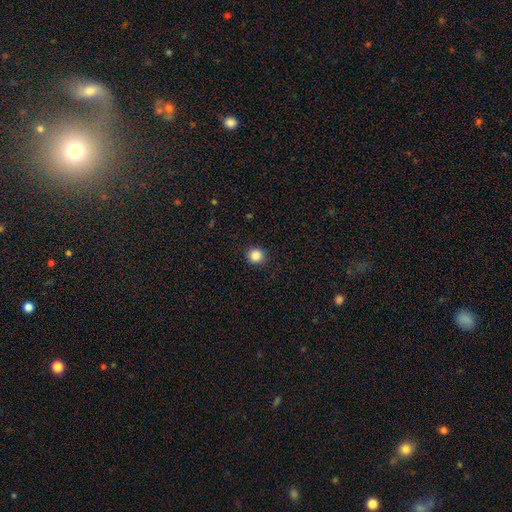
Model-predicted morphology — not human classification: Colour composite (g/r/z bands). It shows a smooth galaxy with no disk features (86%) that is round (89%). Merging: none (91%).